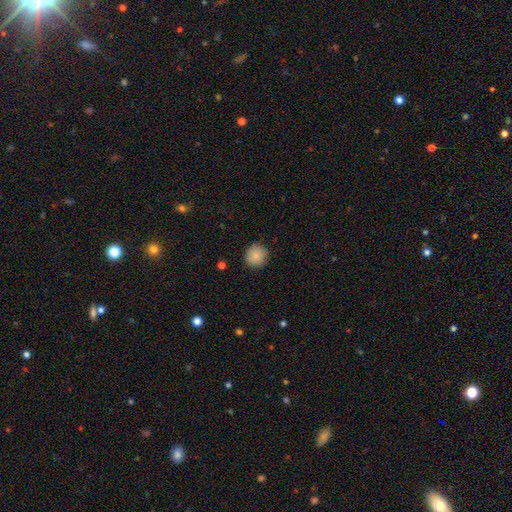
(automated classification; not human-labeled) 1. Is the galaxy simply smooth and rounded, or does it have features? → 85% smooth, 8% star or artifact, 7% featured or disk.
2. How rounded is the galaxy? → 92% round, 7% in between, 1% cigar-shaped.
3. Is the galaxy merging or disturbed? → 87% none, 10% minor disturbance, 2% major disturbance, 1% merger.